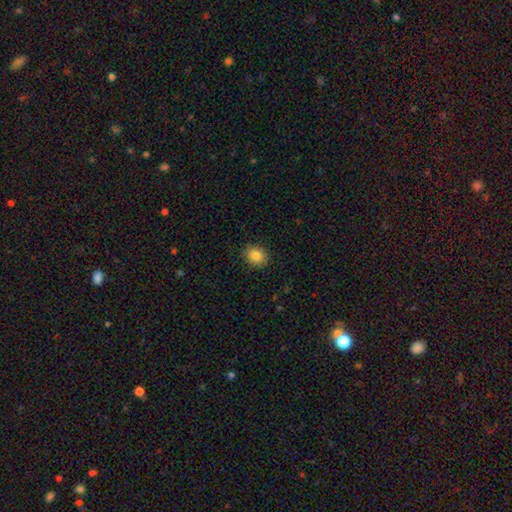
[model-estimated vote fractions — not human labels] Morphology: type=smooth (85%); roundness=round (59%); merging=none (89%).